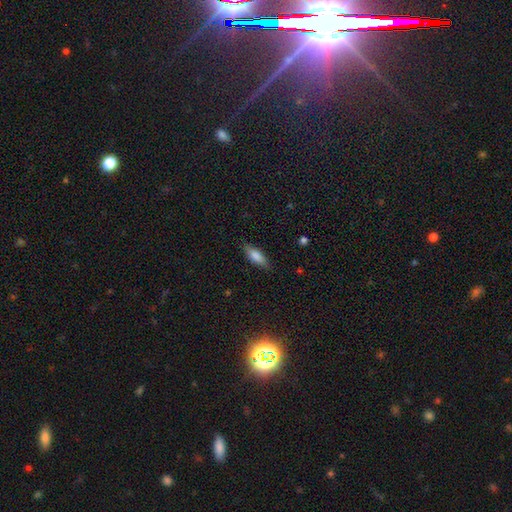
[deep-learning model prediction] Smooth or featured? smooth (75%)
How rounded? in between (57%)
Merging? none (85%)